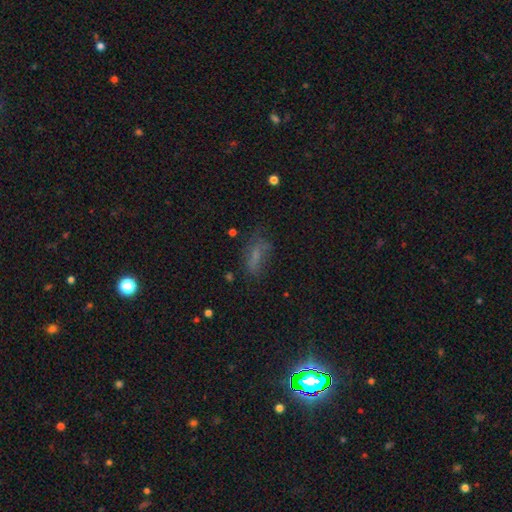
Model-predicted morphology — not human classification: smooth-or-featured: smooth: 53% | star or artifact: 24% | featured or disk: 22%
  how-rounded: in between: 69% | cigar-shaped: 24% | round: 7%
  merging: none: 53% | minor disturbance: 25% | major disturbance: 19% | merger: 4%